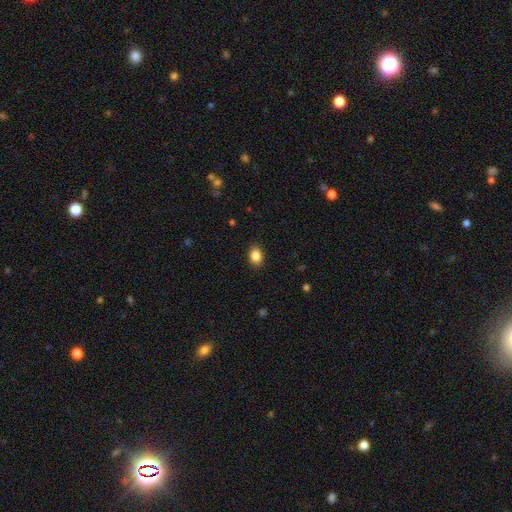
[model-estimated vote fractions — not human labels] A smooth galaxy with no disk features (86%) that is in between round and cigar-shaped (73%).

Vote fractions:
- Smooth or featured? smooth: 86% / star or artifact: 9% / featured or disk: 5%
- How rounded? in between: 73% / round: 26% / cigar-shaped: 1%
- Merging? none: 89% / minor disturbance: 8% / major disturbance: 2% / merger: 1%